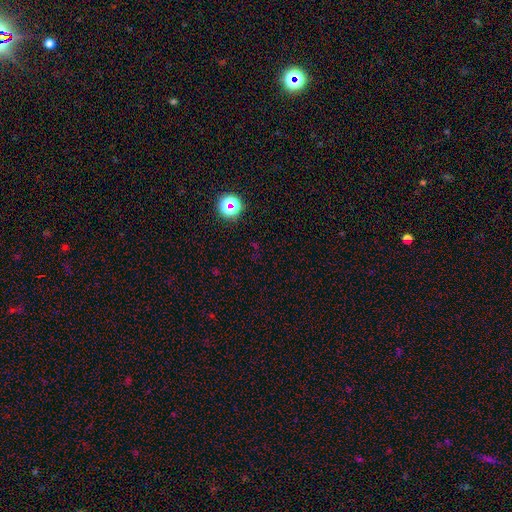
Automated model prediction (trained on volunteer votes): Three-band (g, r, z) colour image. It shows a star or artifact, not a galaxy (64%).